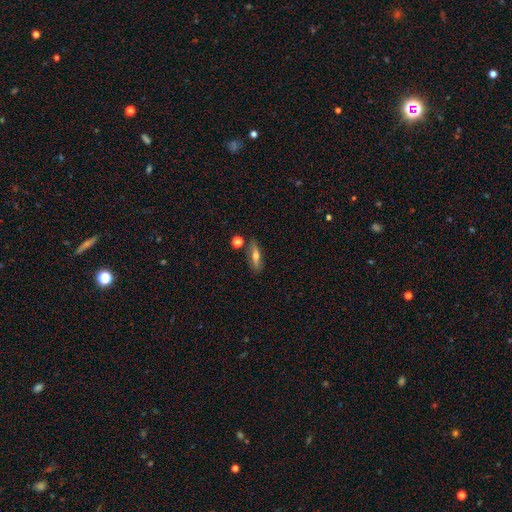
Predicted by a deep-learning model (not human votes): Overall: smooth (53%; featured or disk 38%). How rounded: in between (48%; cigar-shaped 47%). Merging: none (77%).